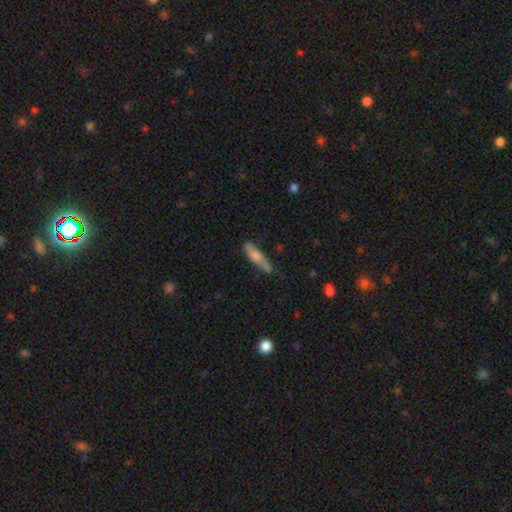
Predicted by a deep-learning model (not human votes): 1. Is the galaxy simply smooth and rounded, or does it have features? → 59% smooth, 35% featured or disk, 7% star or artifact.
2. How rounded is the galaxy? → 78% cigar-shaped, 20% in between, 2% round.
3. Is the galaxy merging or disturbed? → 67% none, 23% minor disturbance, 5% major disturbance, 4% merger.